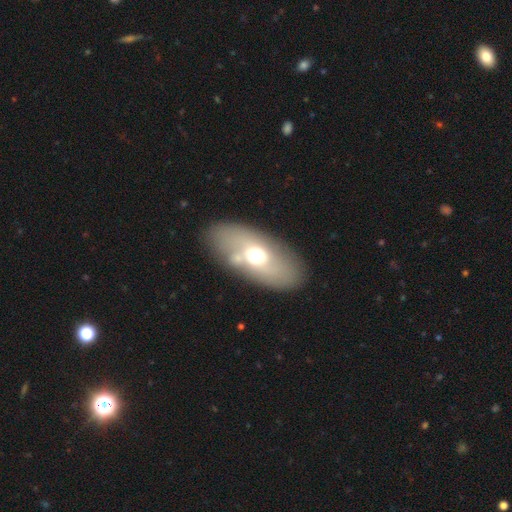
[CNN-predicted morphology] Q: Smooth or featured?
A: smooth (48%); runner-up: featured or disk (43%)
Q: Merging?
A: none (75%); runner-up: minor disturbance (14%)